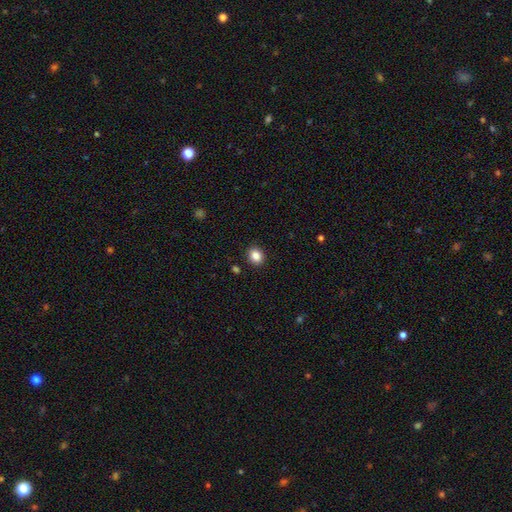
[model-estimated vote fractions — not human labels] Smooth or featured: smooth — 86% (star or artifact — 10%)
How rounded: round — 67% (in between — 32%)
Merging: none — 90% (minor disturbance — 6%)